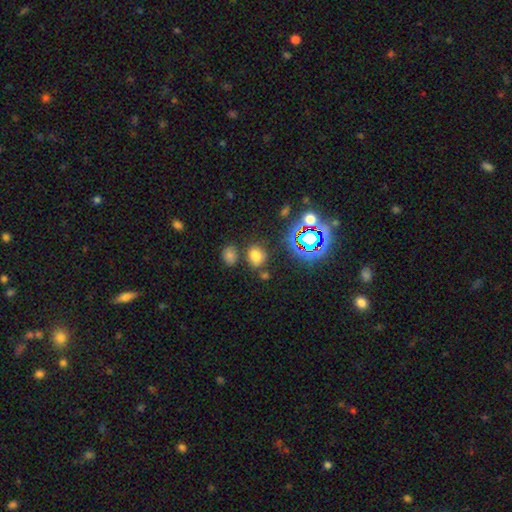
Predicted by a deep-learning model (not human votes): The model was most divided on "how rounded": round: 60%, in between: 39%, cigar-shaped: 1%. More confident: merging — none (74%); smooth or featured — smooth (71%).